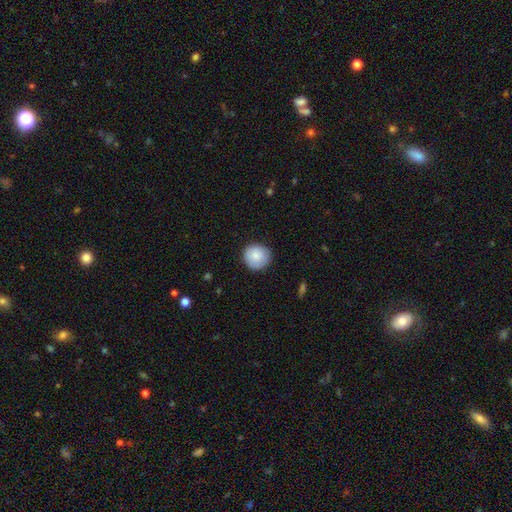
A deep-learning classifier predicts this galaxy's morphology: This is clearly a smooth galaxy (82%). How rounded: clearly round (93%). Merging: clearly none (85%).